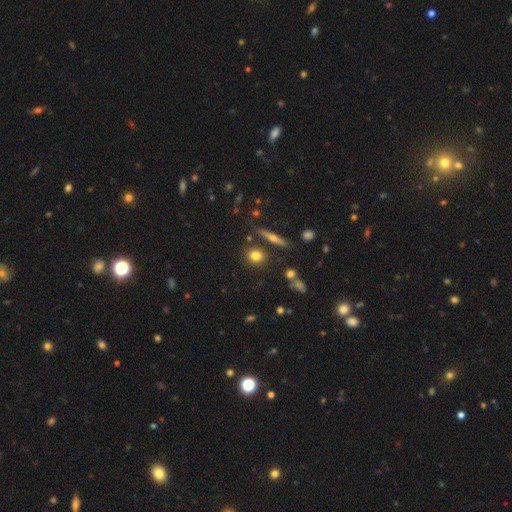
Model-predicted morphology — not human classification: A smooth galaxy with no disk features (77%) that is round (74%). Merging: none (80%).